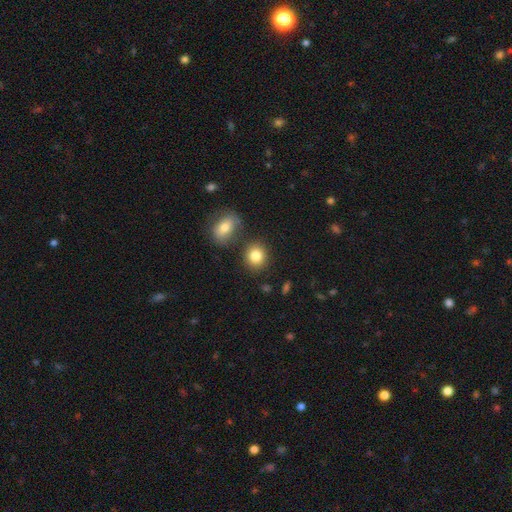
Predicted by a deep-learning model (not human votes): Overall: smooth (83%). How rounded: round (72%). Merging: none (77%).